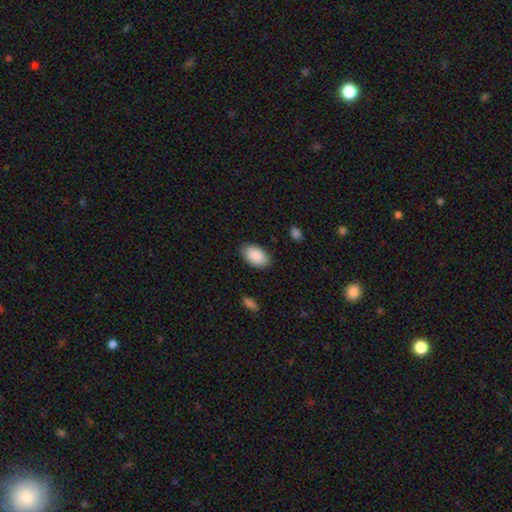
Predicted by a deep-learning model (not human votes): A smooth galaxy with no disk features (90%) that is in between round and cigar-shaped (94%).

Vote fractions:
- Smooth or featured? smooth: 90% / star or artifact: 6% / featured or disk: 4%
- How rounded? in between: 94% / round: 5% / cigar-shaped: 1%
- Merging? none: 85% / minor disturbance: 11% / major disturbance: 3% / merger: 1%